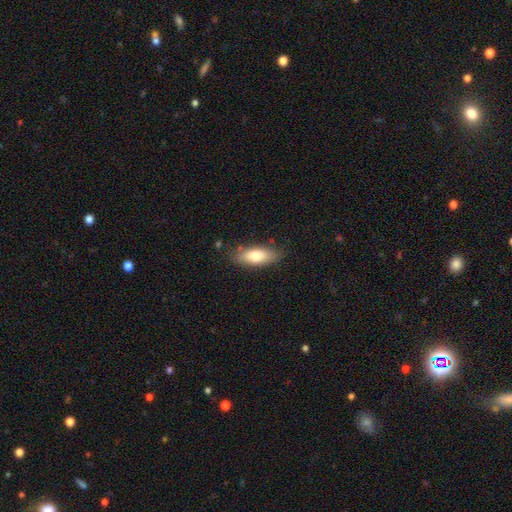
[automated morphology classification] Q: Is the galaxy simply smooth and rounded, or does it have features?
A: smooth — 74%.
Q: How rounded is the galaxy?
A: in between — 73%.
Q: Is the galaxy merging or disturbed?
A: none — 79%.